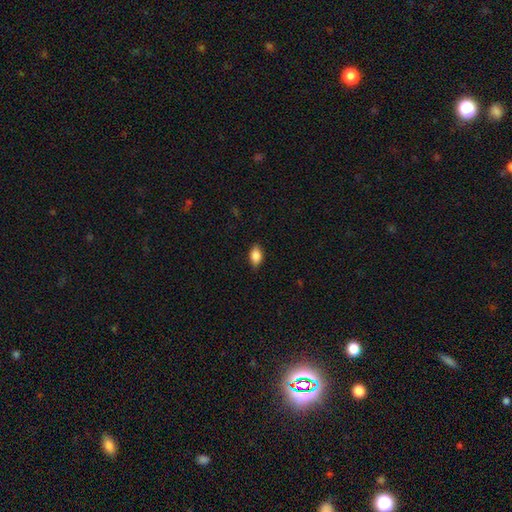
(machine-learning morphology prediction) Smooth or featured? smooth (85%)
How rounded? in between (88%)
Merging? none (84%)